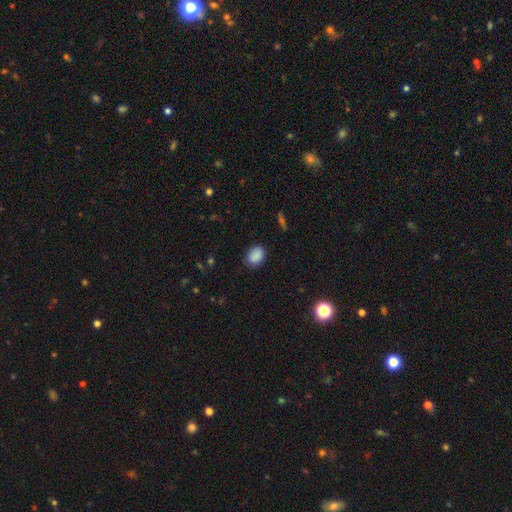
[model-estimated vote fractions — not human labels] This is clearly a smooth galaxy (88%). How rounded: likely in between (67%). Merging: clearly none (81%).